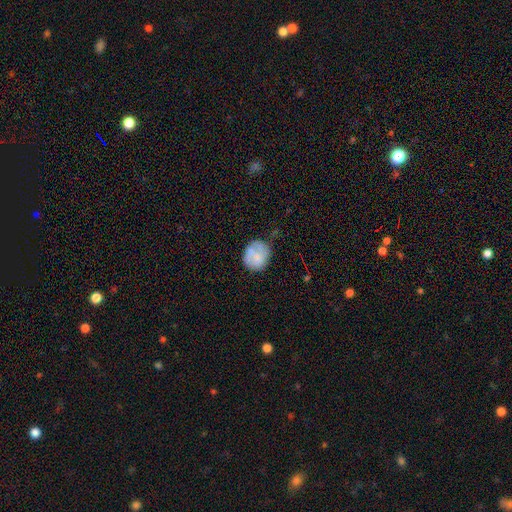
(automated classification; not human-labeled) This is likely a smooth galaxy (63%). How rounded: likely round (69%). Merging: possibly none (59%).